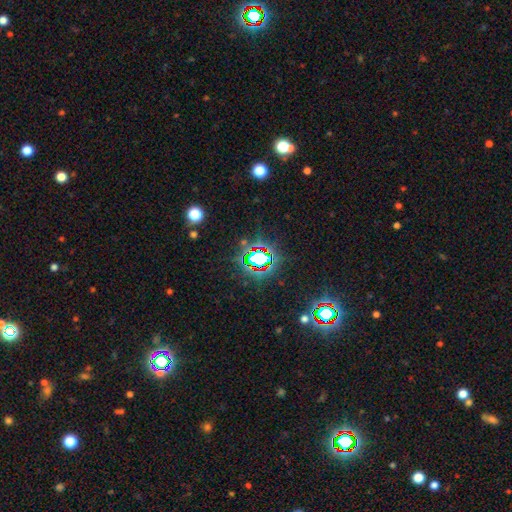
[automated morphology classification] smooth_or_featured: star or artifact (p=0.75) [alt: smooth p=0.15]